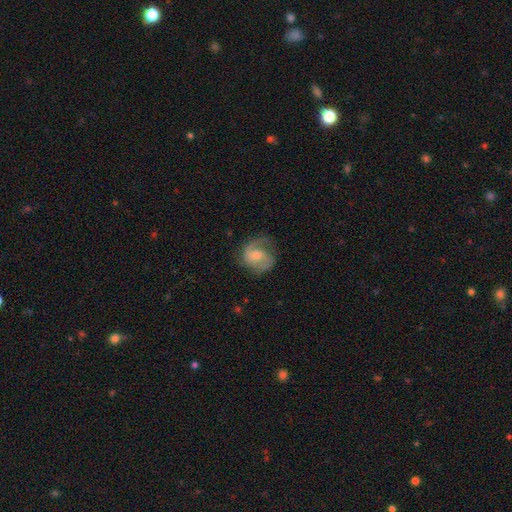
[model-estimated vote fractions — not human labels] Morphology: type=featured or disk (74%); edge-on=no (98%); bar=no (55%); spiral arms=yes (93%); winding=medium (50%); arm count=2 (72%); bulge=small (47%); merging=none (63%).